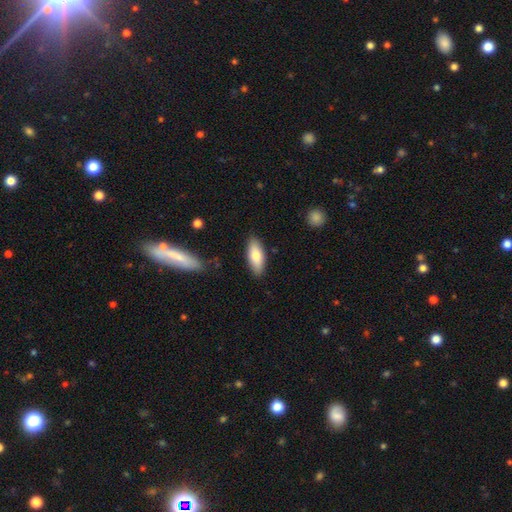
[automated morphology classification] Overall: smooth (76%). How rounded: in between (75%). Merging: none (85%).